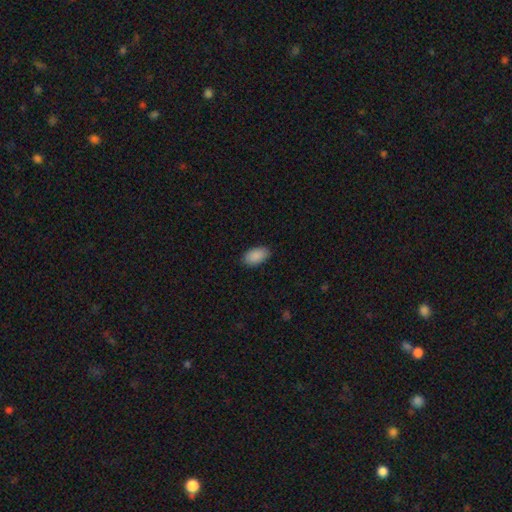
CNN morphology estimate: Smooth or featured: smooth — 90% (star or artifact — 7%)
How rounded: in between — 94% (round — 4%)
Merging: none — 86% (minor disturbance — 11%)